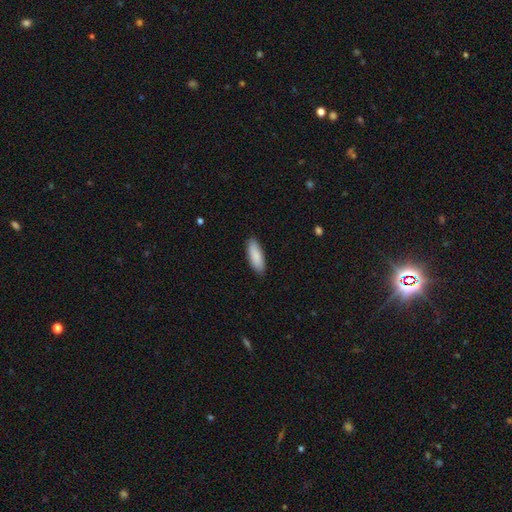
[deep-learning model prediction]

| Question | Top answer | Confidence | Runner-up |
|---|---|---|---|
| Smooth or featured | smooth | 89% | featured or disk (6%) |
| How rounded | in between | 68% | cigar-shaped (31%) |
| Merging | none | 89% | minor disturbance (9%) |